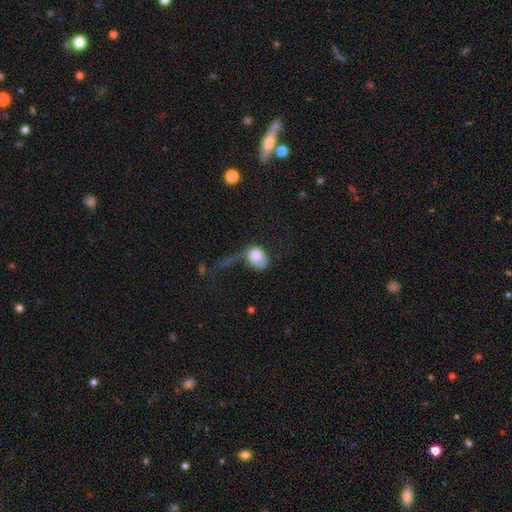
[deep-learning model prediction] A smooth galaxy with no disk features (76%) that is in between round and cigar-shaped (53%).

Vote fractions:
- Smooth or featured? smooth: 76% / featured or disk: 16% / star or artifact: 8%
- How rounded? in between: 53% / round: 45% / cigar-shaped: 1%
- Merging? major disturbance: 47% / minor disturbance: 23% / none: 22% / merger: 8%